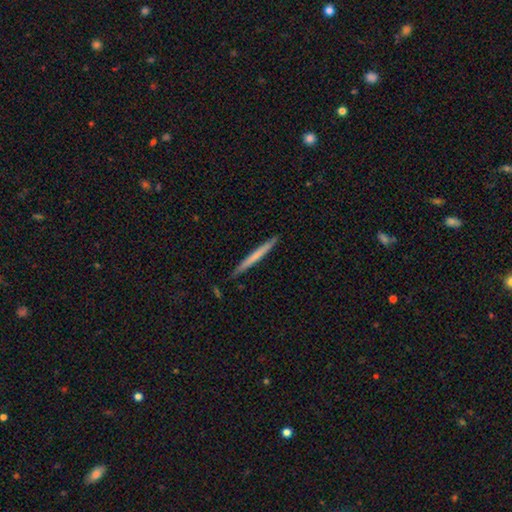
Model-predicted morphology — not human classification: A smooth galaxy with no disk features (60%) that is cigar-shaped (97%).

Vote fractions:
- Smooth or featured? smooth: 60% / featured or disk: 35% / star or artifact: 5%
- How rounded? cigar-shaped: 97% / in between: 2% / round: 1%
- Merging? none: 90% / minor disturbance: 7% / major disturbance: 1% / merger: 1%